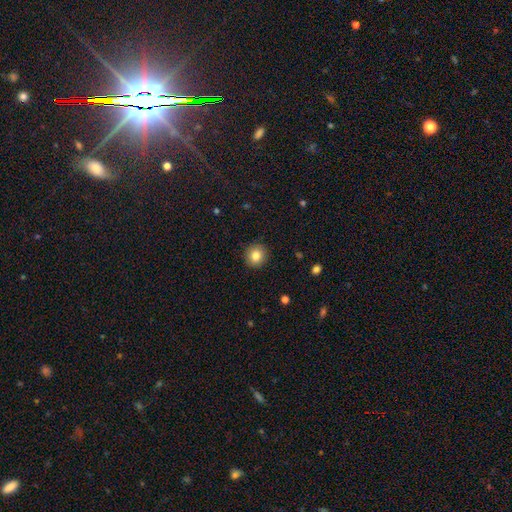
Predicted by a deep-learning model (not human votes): This appears to be a smooth galaxy with no disk features (83%) that is round (91%). Merging: none (92%).